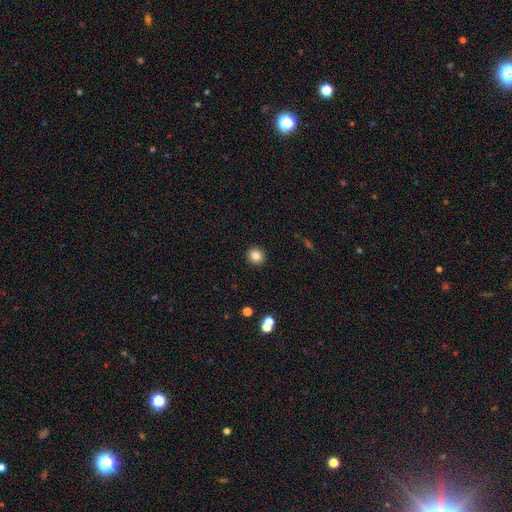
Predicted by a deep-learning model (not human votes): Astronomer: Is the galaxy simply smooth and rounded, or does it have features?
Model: smooth — 84%.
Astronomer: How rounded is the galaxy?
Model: round — 89%.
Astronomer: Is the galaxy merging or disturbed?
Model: none — 92%.